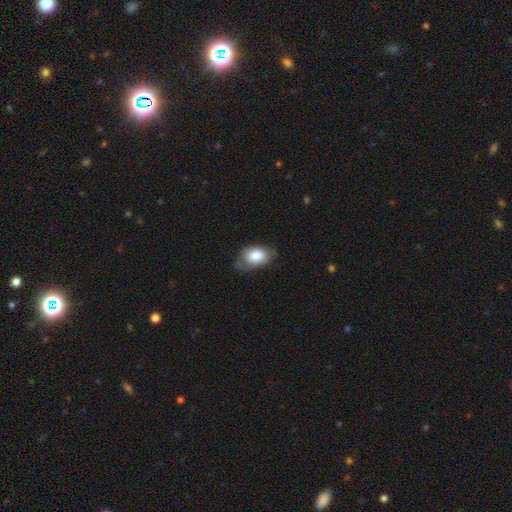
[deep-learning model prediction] Smooth or featured? Predicted: smooth (p=0.80). How rounded? Predicted: in between (p=0.83). Merging? Predicted: none (p=0.60).